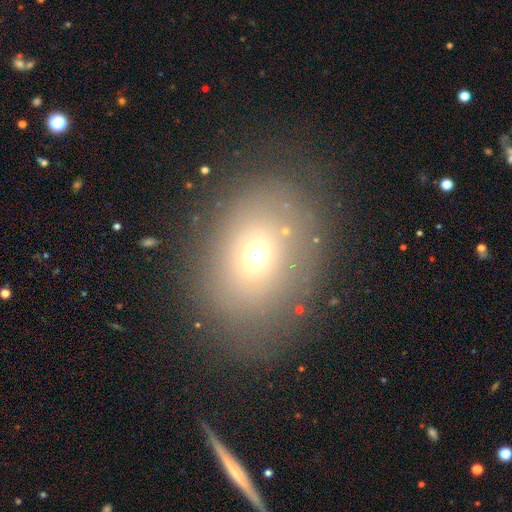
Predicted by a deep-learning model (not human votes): Morphology: type=smooth (63%); roundness=in between (61%); merging=none (69%).